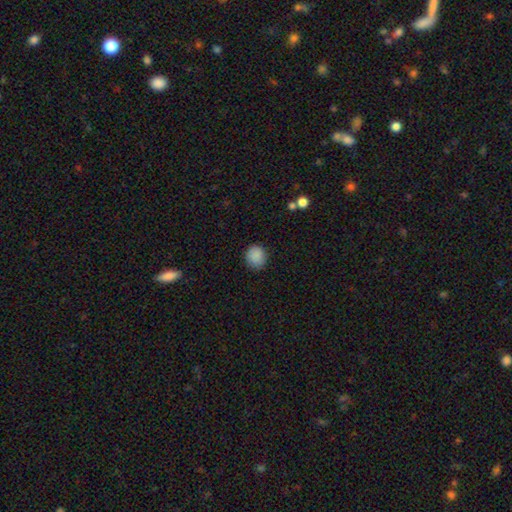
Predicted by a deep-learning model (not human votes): This appears to be a smooth galaxy with no disk features (88%) that is round (83%). Merging: none (85%).